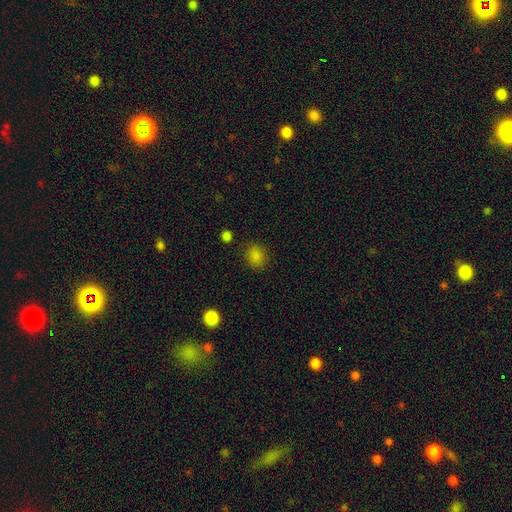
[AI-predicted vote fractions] Overall: smooth (84%). How rounded: round (65%; in between 34%). Merging: none (84%).